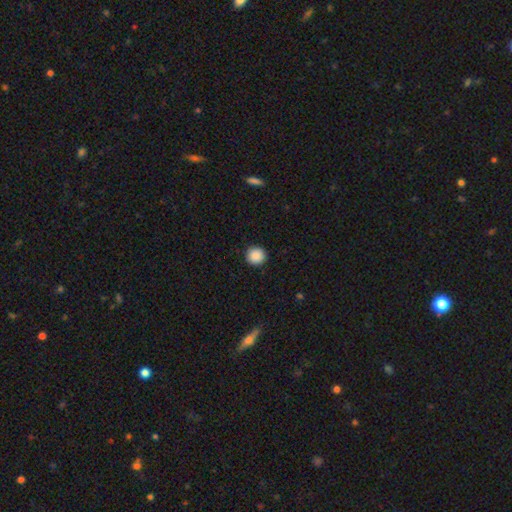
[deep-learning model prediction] Smooth or featured?
  - smooth: 89% *
  - star or artifact: 9%
  - featured or disk: 2%
How rounded?
  - round: 94% *
  - in between: 5%
  - cigar-shaped: 1%
Merging?
  - none: 92% *
  - minor disturbance: 5%
  - major disturbance: 2%
  - merger: 1%